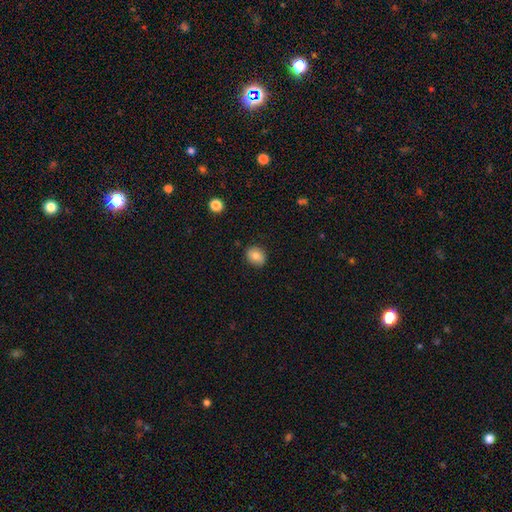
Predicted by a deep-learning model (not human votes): This appears to be a smooth galaxy with no disk features (80%) that is round (67%). Merging: none (87%).